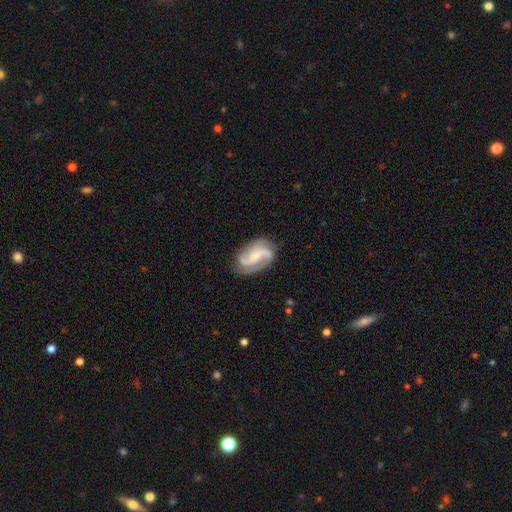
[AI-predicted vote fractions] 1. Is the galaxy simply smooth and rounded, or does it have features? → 85% featured or disk, 9% smooth, 5% star or artifact.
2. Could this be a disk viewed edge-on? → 97% no, 3% yes.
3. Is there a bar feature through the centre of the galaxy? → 48% no, 37% weak, 15% strong.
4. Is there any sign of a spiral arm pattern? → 97% yes, 3% no.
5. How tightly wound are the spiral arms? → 49% medium, 28% loose, 23% tight.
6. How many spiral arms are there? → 51% 2, 32% 3, 7% can't tell, 4% 4, 3% 1, 3% more than 4.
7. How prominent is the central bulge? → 64% small, 29% moderate, 5% none, 2% large, 1% dominant.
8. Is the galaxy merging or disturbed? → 75% none, 17% minor disturbance, 7% major disturbance, 2% merger.